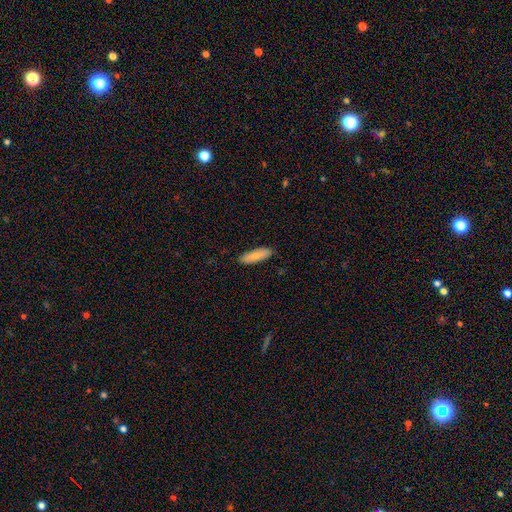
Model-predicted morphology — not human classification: Smooth or featured?
  - smooth: 79% *
  - featured or disk: 15%
  - star or artifact: 6%
How rounded?
  - in between: 52% *
  - cigar-shaped: 46%
  - round: 2%
Merging?
  - none: 88% *
  - minor disturbance: 9%
  - major disturbance: 2%
  - merger: 1%